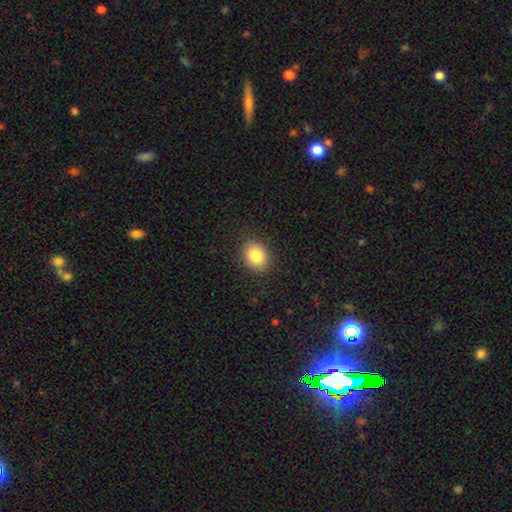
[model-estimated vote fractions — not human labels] Smooth or featured? smooth (84%)
How rounded? in between (61%)
Merging? none (88%)